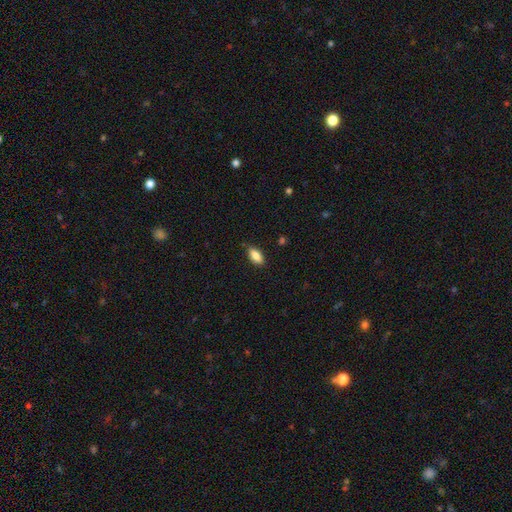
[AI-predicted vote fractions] This appears to be a smooth galaxy with no disk features (86%) that is in between round and cigar-shaped (88%). Merging: none (82%).